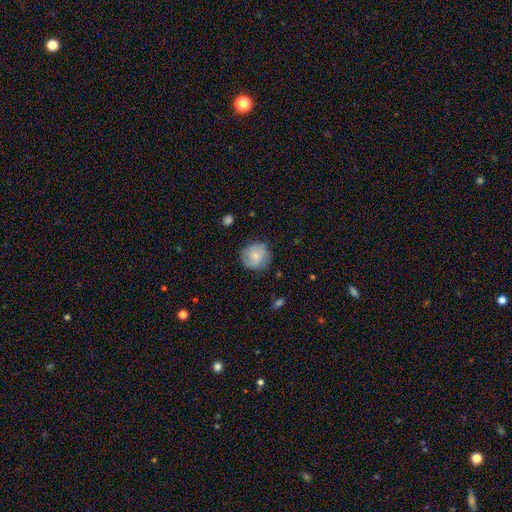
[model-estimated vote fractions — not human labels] A smooth galaxy with no disk features (72%) that is round (89%). Merging: none (74%).